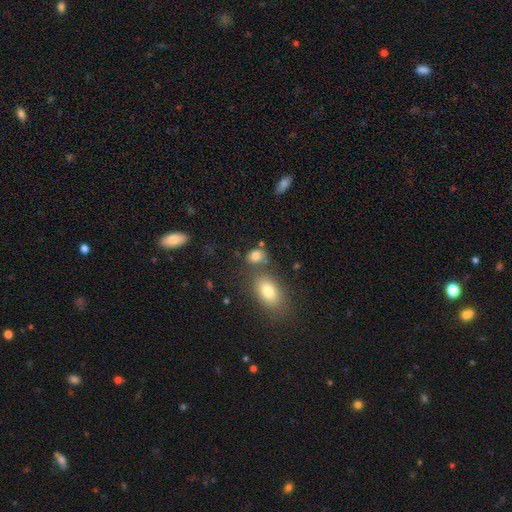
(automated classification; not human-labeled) Smooth or featured? smooth (80%)
How rounded? in between (71%)
Merging? none (60%)